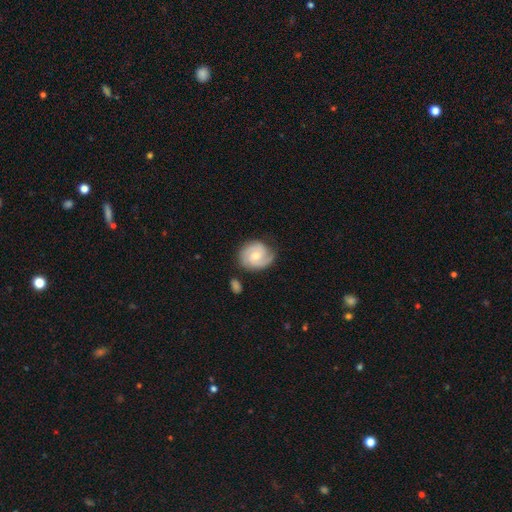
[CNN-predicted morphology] Smooth or featured: featured or disk — 75% (smooth — 20%)
Edge-on disk: no — 98% (yes — 2%)
Bar: no — 62% (weak — 34%)
Spiral arms: yes — 95% (no — 5%)
Spiral winding: tight — 54% (medium — 36%)
Spiral arm count: 2 — 60% (3 — 16%)
Bulge size: moderate — 58% (small — 37%)
Merging: none — 74% (minor disturbance — 18%)